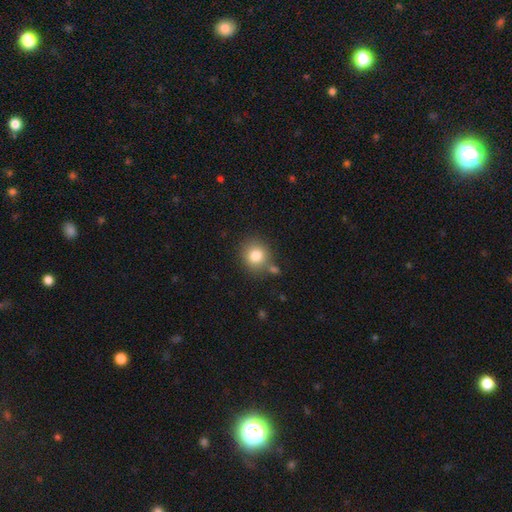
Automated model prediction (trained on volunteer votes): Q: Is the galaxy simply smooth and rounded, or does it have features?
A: smooth — 83%.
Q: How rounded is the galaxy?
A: round — 84%.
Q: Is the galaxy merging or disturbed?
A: none — 75%.